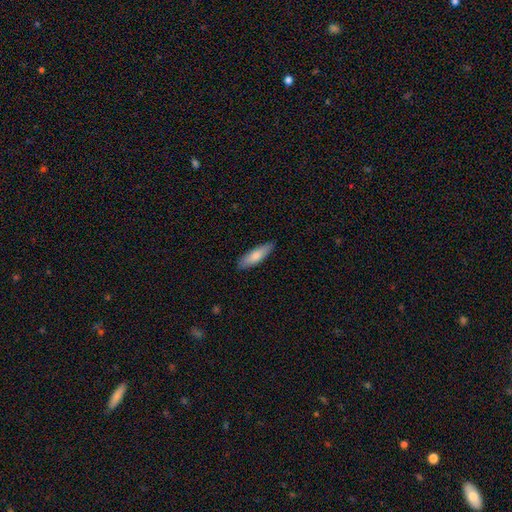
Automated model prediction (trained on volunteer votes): smooth_or_featured: smooth (p=0.78) [alt: featured or disk p=0.17]
how_rounded: cigar-shaped (p=0.52) [alt: in between p=0.46]
merging: none (p=0.87) [alt: minor disturbance p=0.10]